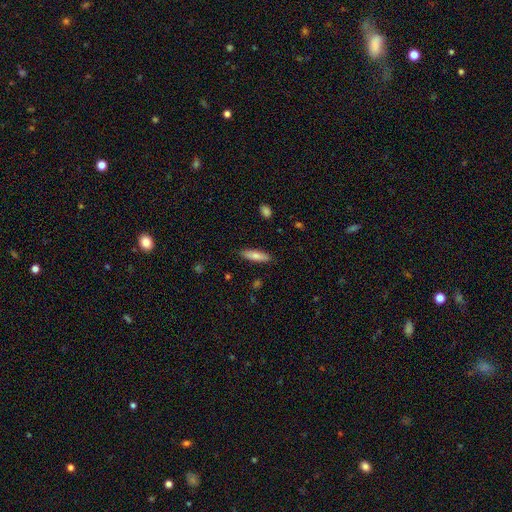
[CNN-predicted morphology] This is likely a smooth galaxy (76%). How rounded: likely cigar-shaped (61%). Merging: clearly none (88%).